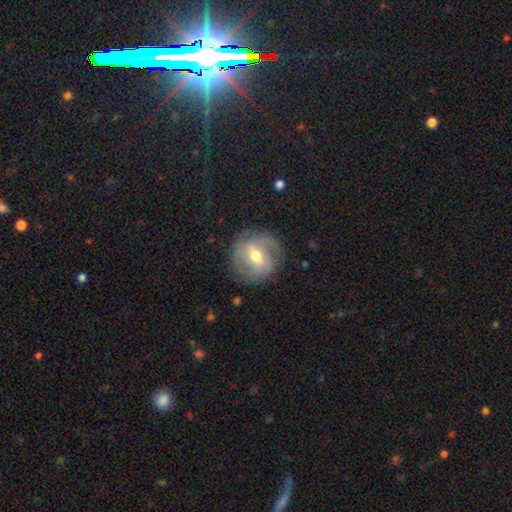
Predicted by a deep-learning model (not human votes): smooth-or-featured: featured or disk: 76% | smooth: 18% | star or artifact: 7%
  disk-edge-on: no: 96% | yes: 4%
    bar: weak: 49% | strong: 32% | no: 19%
    has-spiral-arms: yes: 86% | no: 14%
      spiral-winding: tight: 50% | medium: 35% | loose: 14%
      spiral-arm-count: 2: 43% | can't tell: 27% | 3: 16% | 1: 6% | 4: 5% | more than 4: 4%
    bulge-size: moderate: 72% | small: 21% | large: 5% | none: 1% | dominant: 1%
  merging: none: 79% | minor disturbance: 14% | major disturbance: 6% | merger: 1%